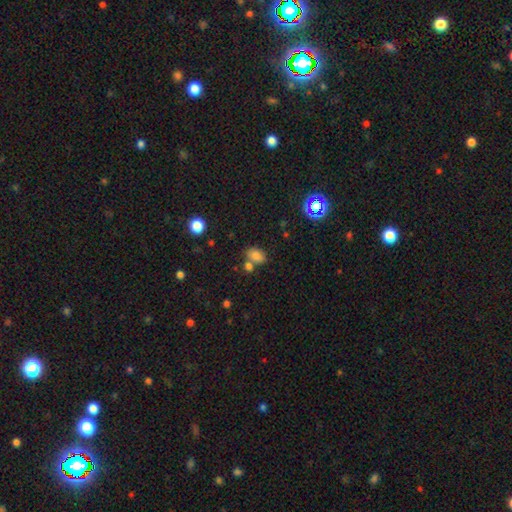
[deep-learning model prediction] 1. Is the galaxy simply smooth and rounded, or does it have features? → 77% smooth, 14% star or artifact, 8% featured or disk.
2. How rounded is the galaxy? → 80% in between, 18% round, 1% cigar-shaped.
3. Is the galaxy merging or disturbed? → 58% none, 25% merger, 13% minor disturbance, 4% major disturbance.